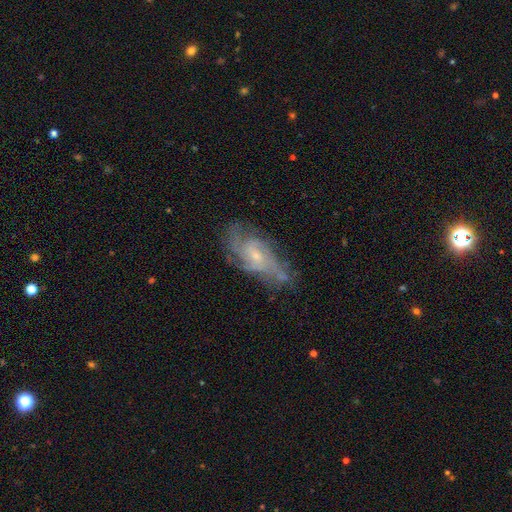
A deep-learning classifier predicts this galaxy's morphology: This appears to be a featured or disk galaxy (80%) with no bar (61%), medium (43%) spiral arms (92%) and a small central bulge (64%). Merging: none (64%).